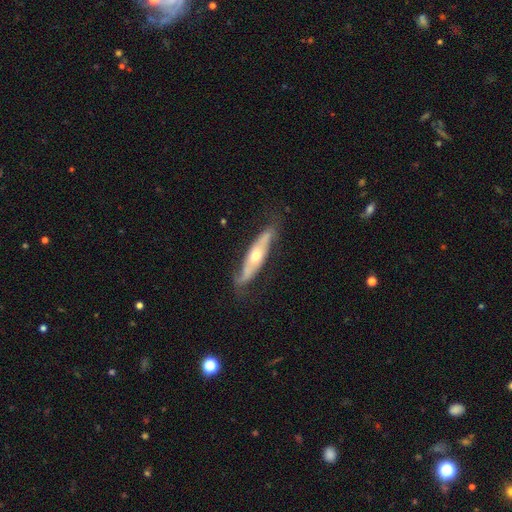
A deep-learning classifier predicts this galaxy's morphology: Smooth or featured? featured or disk (64%)
Edge-on disk? yes (52%)
Merging? none (67%)